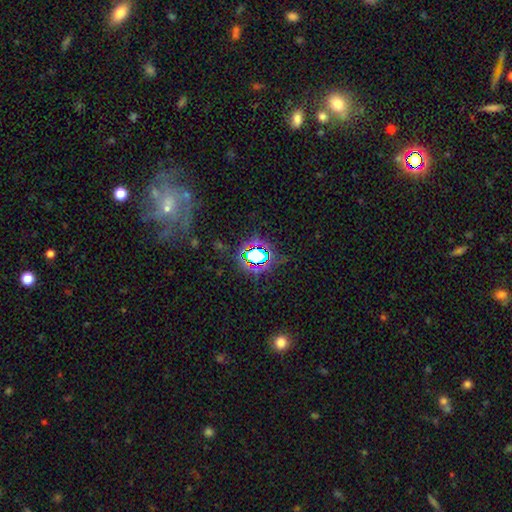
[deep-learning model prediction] This is likely a star or artifact rather than a galaxy (68%).